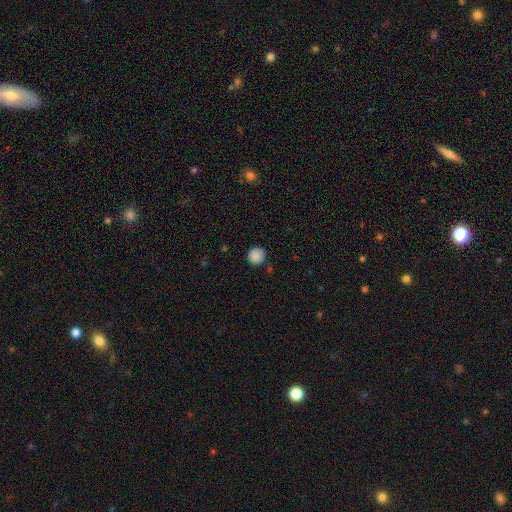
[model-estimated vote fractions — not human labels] Smooth or featured: smooth — 88% (star or artifact — 9%)
How rounded: round — 90% (in between — 9%)
Merging: none — 82% (minor disturbance — 12%)